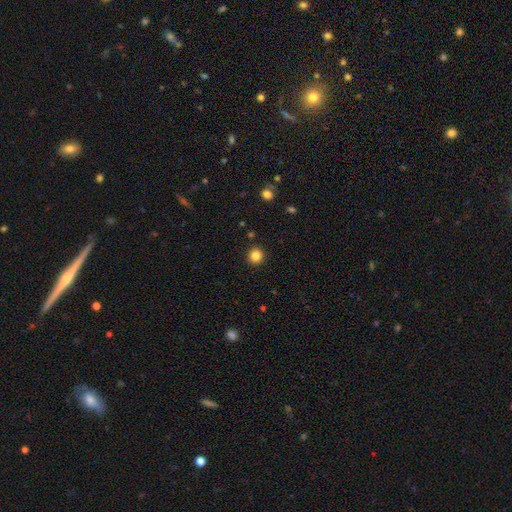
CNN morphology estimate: Smooth or featured? smooth (84%)
How rounded? round (93%)
Merging? none (92%)